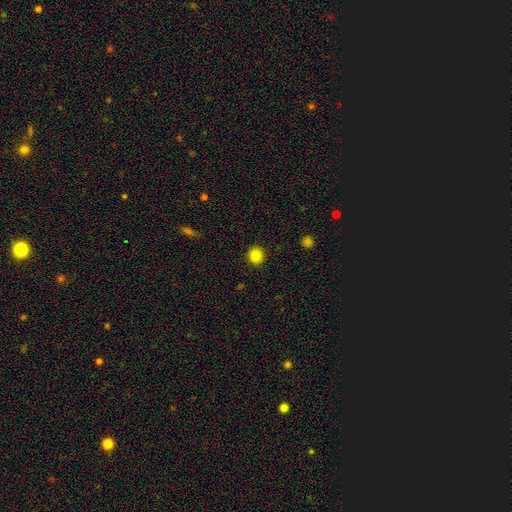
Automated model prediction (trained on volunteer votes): Morphology: type=smooth (85%); roundness=round (89%); merging=none (92%).